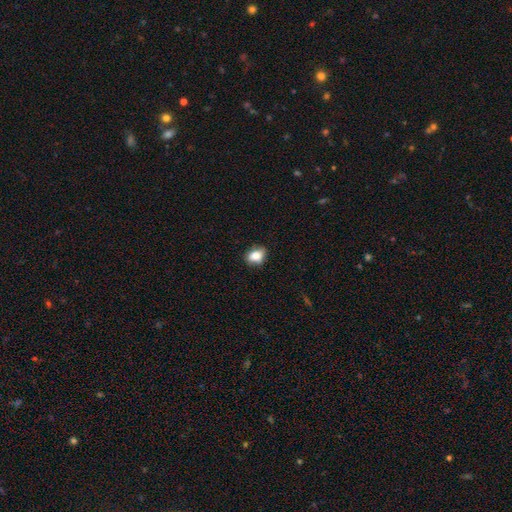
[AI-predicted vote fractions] smooth 80%, featured or disk 11%, star or artifact 9%. Down the decision tree: how rounded — in between (64%); merging — none (80%).